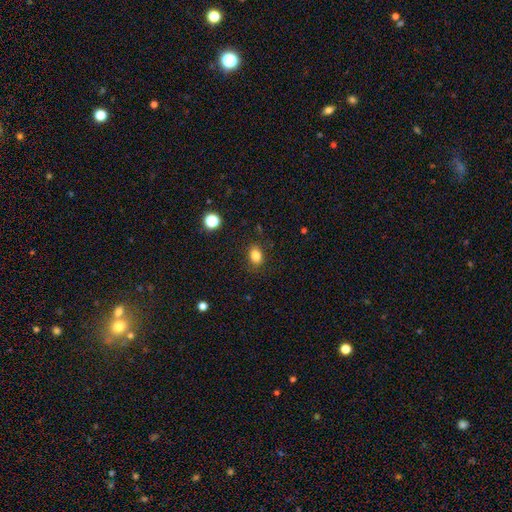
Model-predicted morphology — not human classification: A smooth galaxy with no disk features (83%) that is in between round and cigar-shaped (66%).

Vote fractions:
- Smooth or featured? smooth: 83% / star or artifact: 11% / featured or disk: 5%
- How rounded? in between: 66% / round: 33% / cigar-shaped: 1%
- Merging? none: 83% / minor disturbance: 12% / major disturbance: 3% / merger: 1%